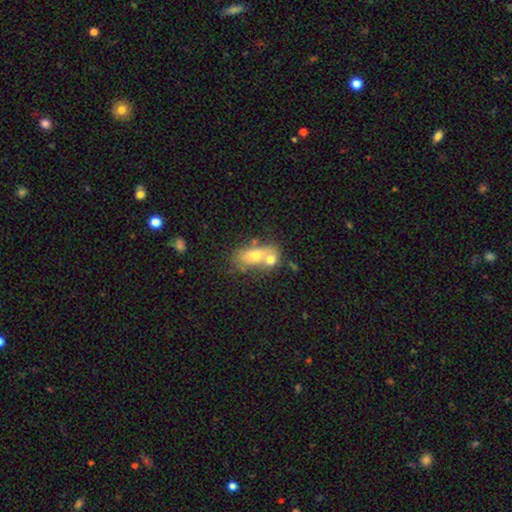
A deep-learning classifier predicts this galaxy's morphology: This is likely a smooth galaxy (63%). How rounded: likely in between (75%). Merging: possibly merger (58%).